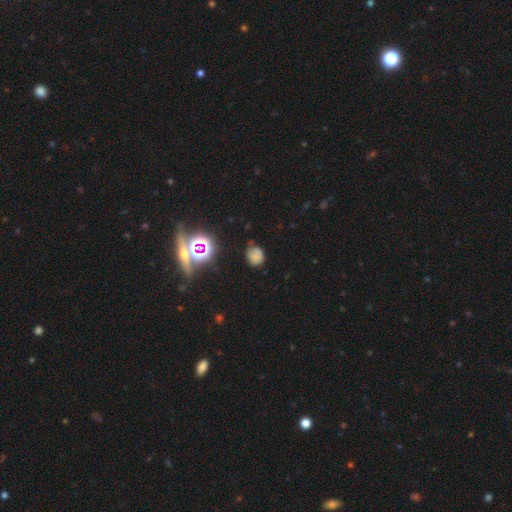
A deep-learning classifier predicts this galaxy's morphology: A smooth galaxy with no disk features (65%) that is round (65%). Merging: none (59%).